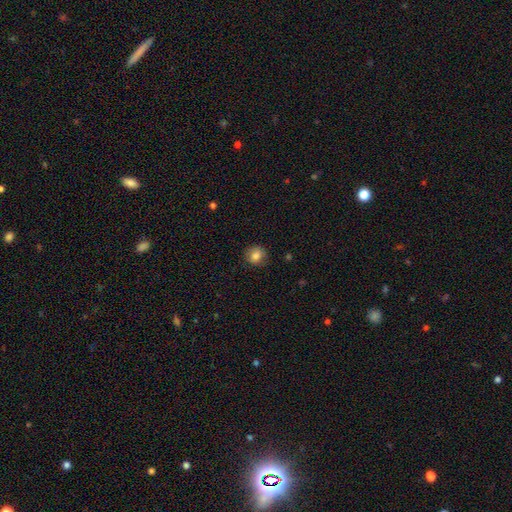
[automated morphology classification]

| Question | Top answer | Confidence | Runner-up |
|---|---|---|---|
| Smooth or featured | smooth | 83% | star or artifact (10%) |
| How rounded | round | 85% | in between (14%) |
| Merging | none | 84% | minor disturbance (12%) |